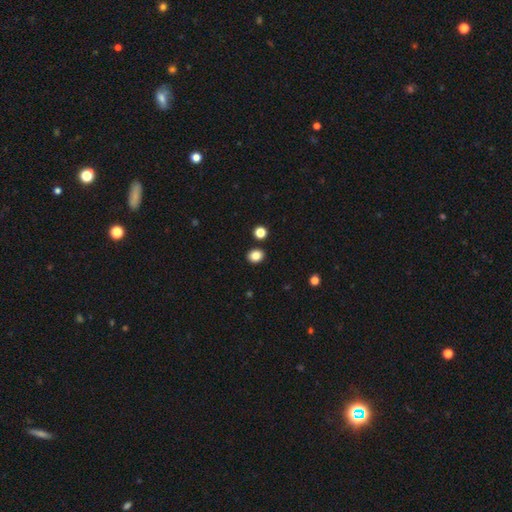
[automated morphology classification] Smooth or featured? Predicted: smooth (p=0.84). How rounded? Predicted: round (p=0.58). Merging? Predicted: none (p=0.88).